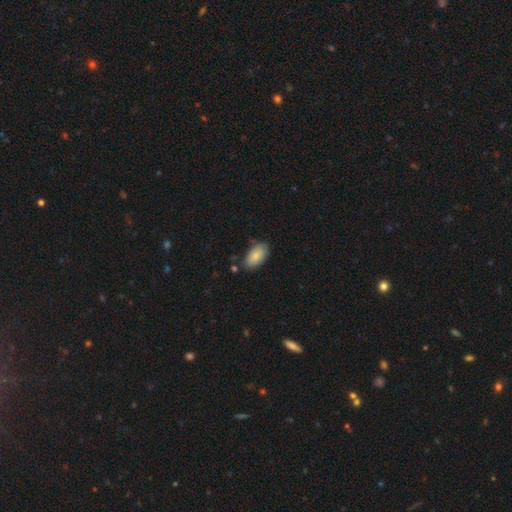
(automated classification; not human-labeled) A smooth galaxy with no disk features (86%) that is in between round and cigar-shaped (94%). Merging: none (76%).